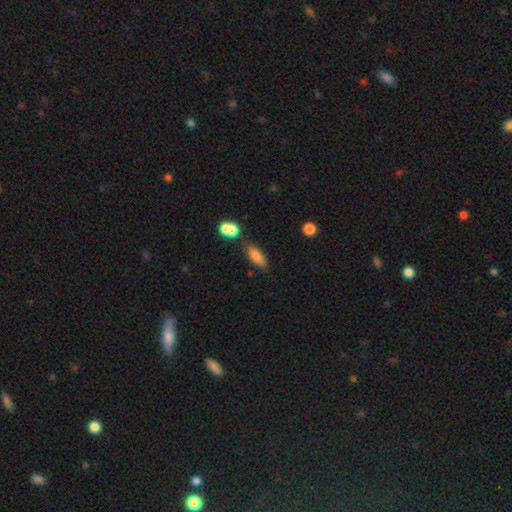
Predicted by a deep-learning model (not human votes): This appears to be a smooth galaxy with no disk features (79%) that is in between round and cigar-shaped (71%). Merging: none (71%).